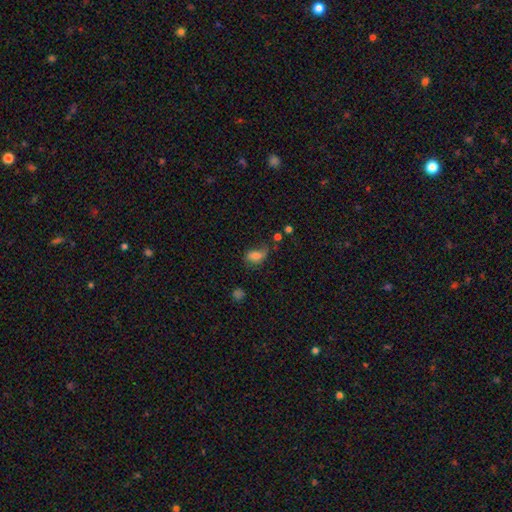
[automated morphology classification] Smooth or featured: smooth — 73% (featured or disk — 16%)
How rounded: in between — 86% (round — 11%)
Merging: none — 43% (minor disturbance — 33%)